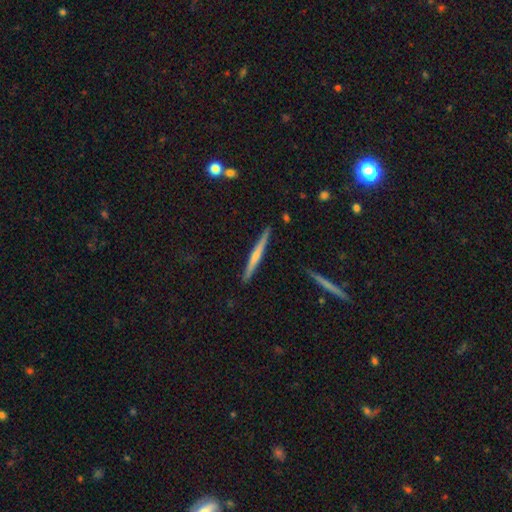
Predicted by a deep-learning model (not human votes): featured or disk 56%, smooth 38%, star or artifact 6%. Down the decision tree: edge-on disk — yes (98%); edge-on bulge — none (51%); merging — none (90%).